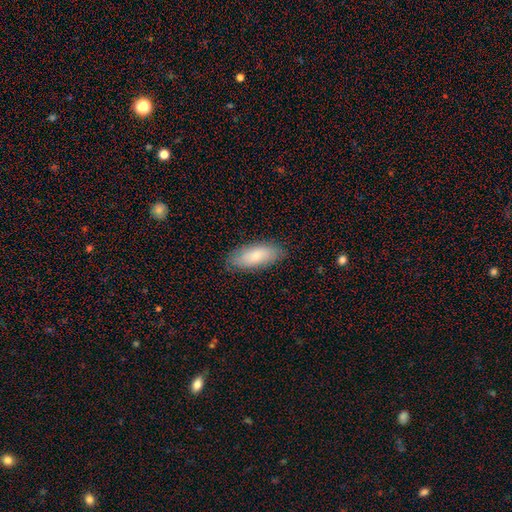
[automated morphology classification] Q: Smooth or featured?
A: smooth (79%); runner-up: featured or disk (15%)
Q: How rounded?
A: in between (81%); runner-up: cigar-shaped (17%)
Q: Merging?
A: none (84%); runner-up: minor disturbance (13%)